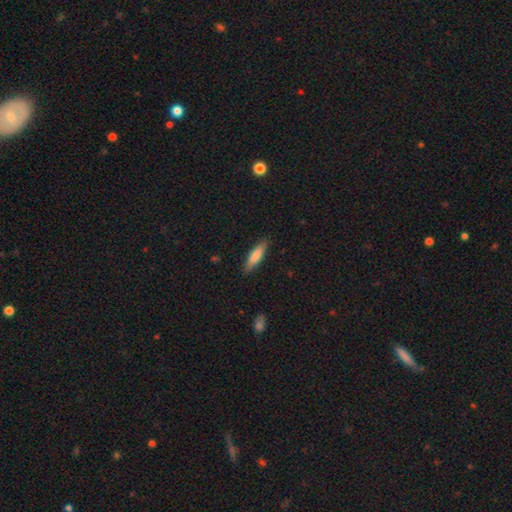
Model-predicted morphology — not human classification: smooth_or_featured: smooth (p=0.76) [alt: featured or disk p=0.18]
how_rounded: cigar-shaped (p=0.72) [alt: in between p=0.26]
merging: none (p=0.86) [alt: minor disturbance p=0.11]